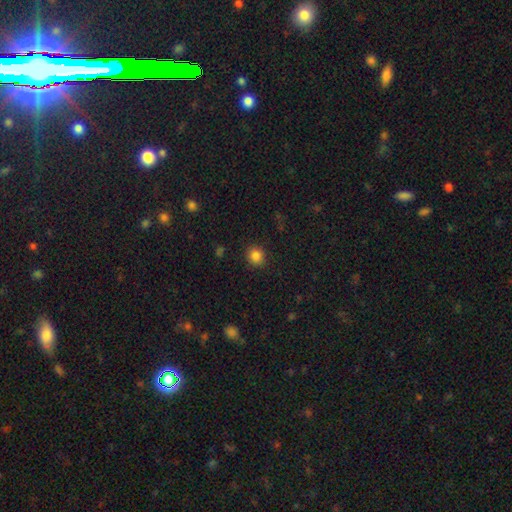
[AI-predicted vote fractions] smooth 84%, star or artifact 12%, featured or disk 4%. Down the decision tree: how rounded — round (82%); merging — none (90%).